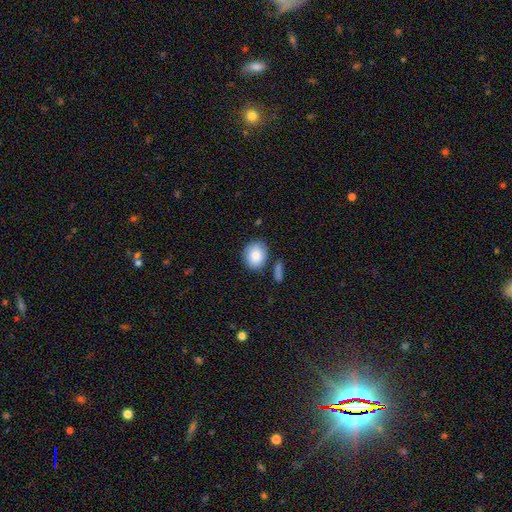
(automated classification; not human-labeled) Overall: smooth (86%). How rounded: round (61%; in between 38%). Merging: none (77%).